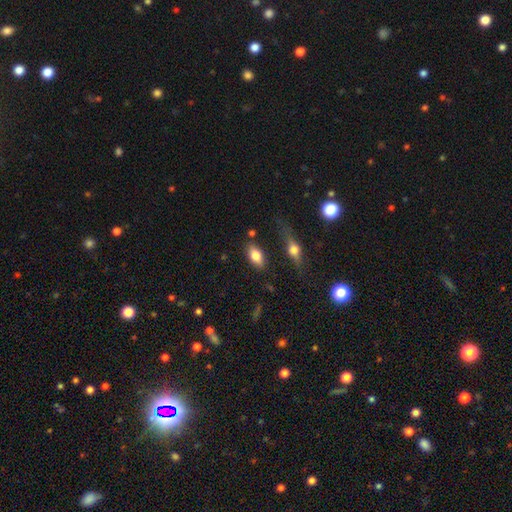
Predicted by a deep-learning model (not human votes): This appears to be a smooth galaxy with no disk features (79%) that is in between round and cigar-shaped (89%). Merging: none (79%).